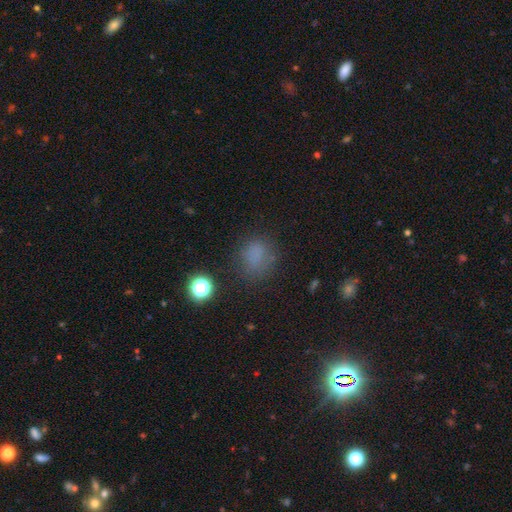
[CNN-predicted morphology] Overall: smooth (71%). How rounded: round (69%; in between 30%). Merging: none (71%).